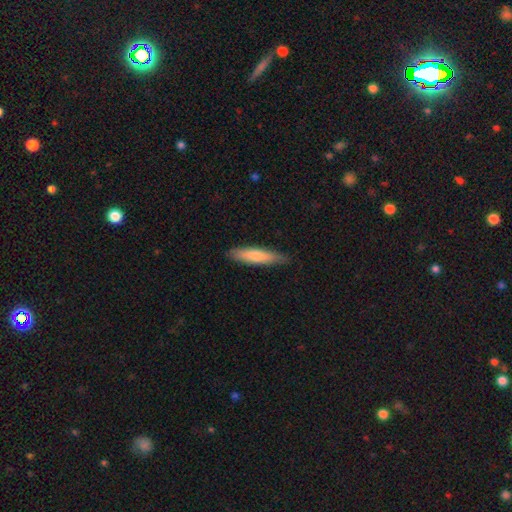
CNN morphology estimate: type=smooth (72%); roundness=cigar-shaped (80%); merging=none (84%).